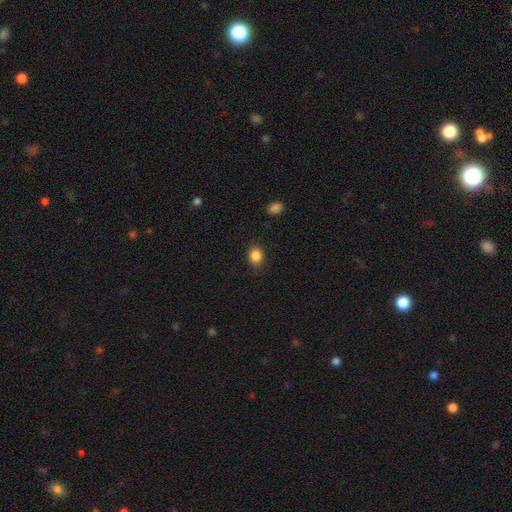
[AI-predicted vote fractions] This is clearly a smooth galaxy (86%). How rounded: possibly round (59%). Merging: clearly none (87%).